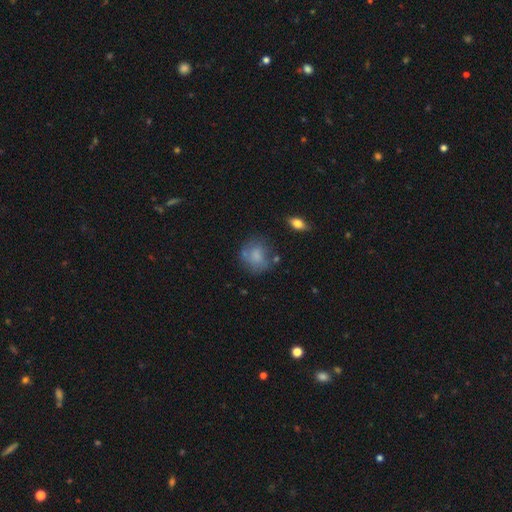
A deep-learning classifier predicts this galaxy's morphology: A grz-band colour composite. It shows a smooth galaxy with no disk features (71%) that is round (70%). Merging: none (57%).